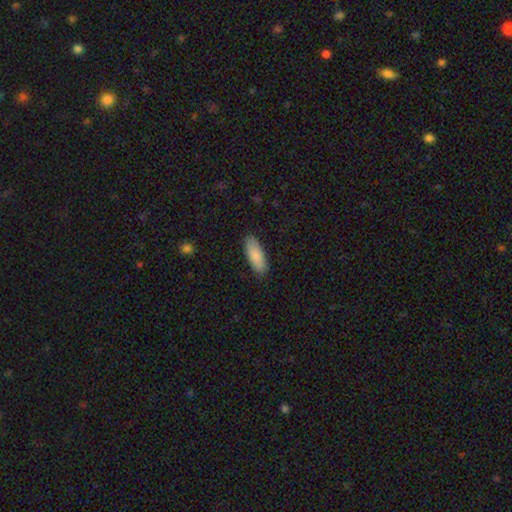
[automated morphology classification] Q: Smooth or featured?
A: smooth (88%); runner-up: featured or disk (7%)
Q: How rounded?
A: in between (74%); runner-up: cigar-shaped (24%)
Q: Merging?
A: none (87%); runner-up: minor disturbance (10%)